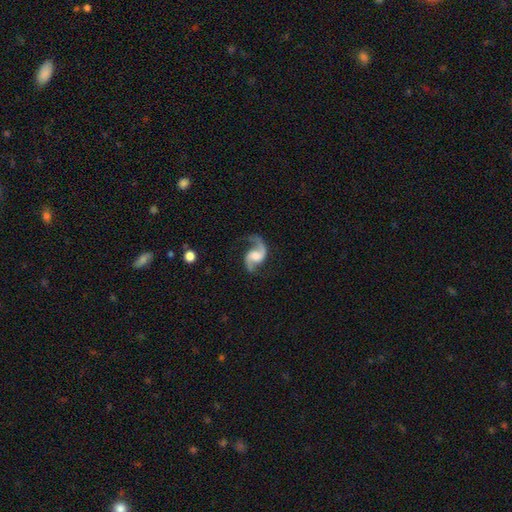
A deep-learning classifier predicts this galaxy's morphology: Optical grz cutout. It shows a featured or disk galaxy (92%) with no bar (46%), 2 (92%) loose (55%) spiral arms (98%) and a moderate central bulge (43%). Merging: none (75%).